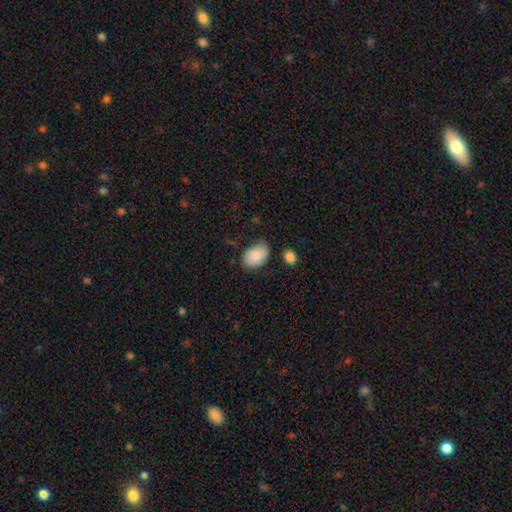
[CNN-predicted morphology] Smooth or featured? Predicted: smooth (p=0.88). How rounded? Predicted: in between (p=0.86). Merging? Predicted: none (p=0.73).